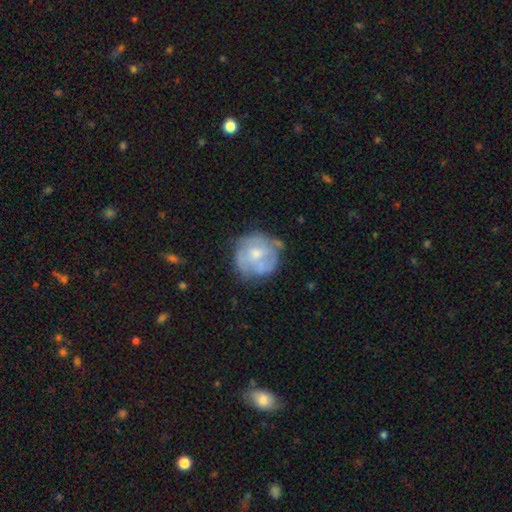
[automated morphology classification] featured or disk 53%, smooth 41%, star or artifact 7%. Down the decision tree: edge-on disk — no (98%); bar — no (82%); spiral arms — no (63%); bulge size — moderate (52%); merging — none (58%).